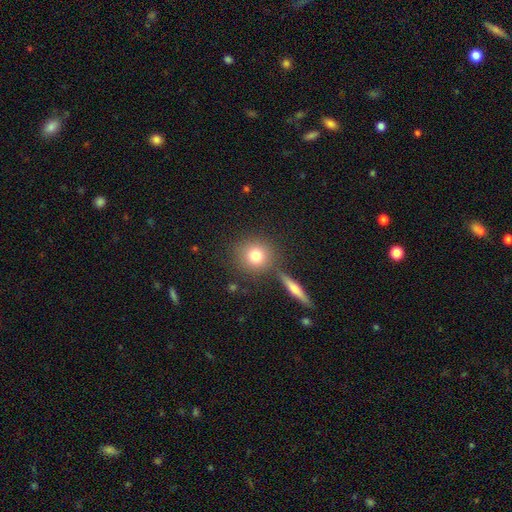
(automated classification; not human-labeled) Smooth or featured: smooth — 78% (featured or disk — 12%)
How rounded: round — 88% (in between — 10%)
Merging: none — 77% (merger — 10%)